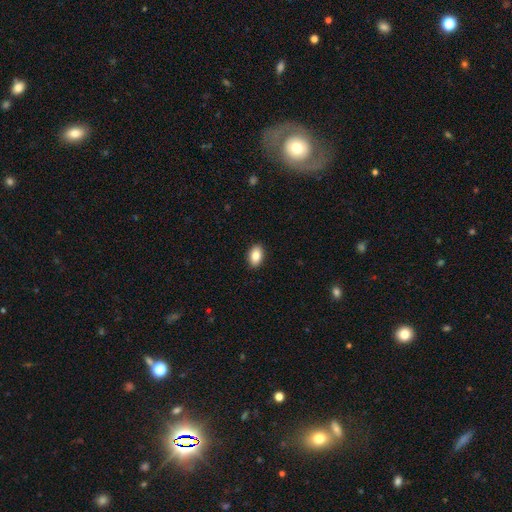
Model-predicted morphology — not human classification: Smooth or featured? smooth (86%)
How rounded? in between (88%)
Merging? none (90%)